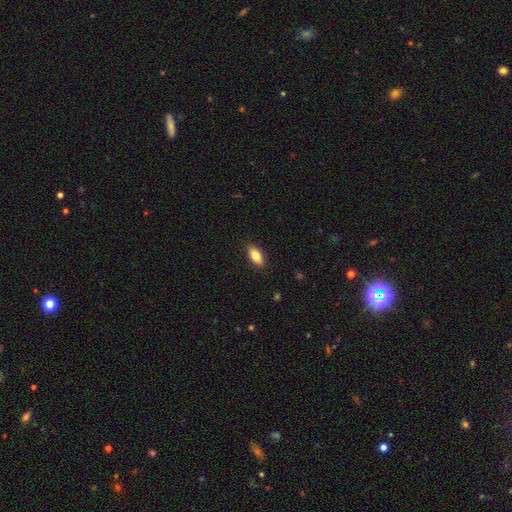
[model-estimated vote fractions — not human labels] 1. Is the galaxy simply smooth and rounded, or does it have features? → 82% smooth, 11% featured or disk, 7% star or artifact.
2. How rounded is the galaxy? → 89% in between, 8% cigar-shaped, 3% round.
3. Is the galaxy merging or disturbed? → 88% none, 9% minor disturbance, 2% major disturbance, 1% merger.